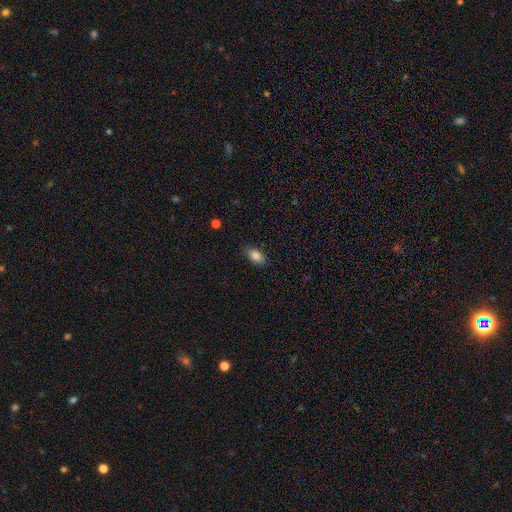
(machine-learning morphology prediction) Overall: smooth (86%). How rounded: in between (90%). Merging: none (84%).